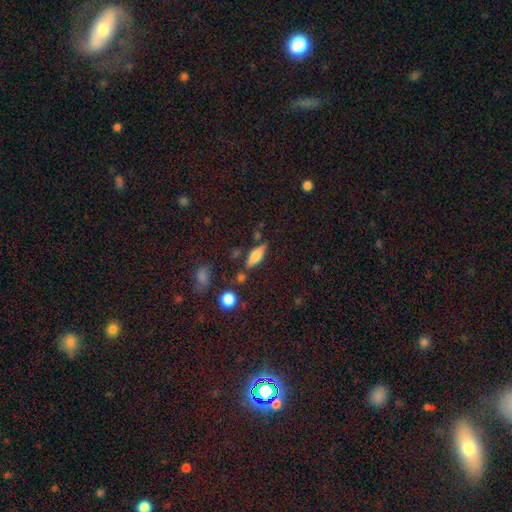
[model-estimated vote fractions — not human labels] Smooth or featured? smooth (54%)
How rounded? in between (58%)
Merging? none (76%)